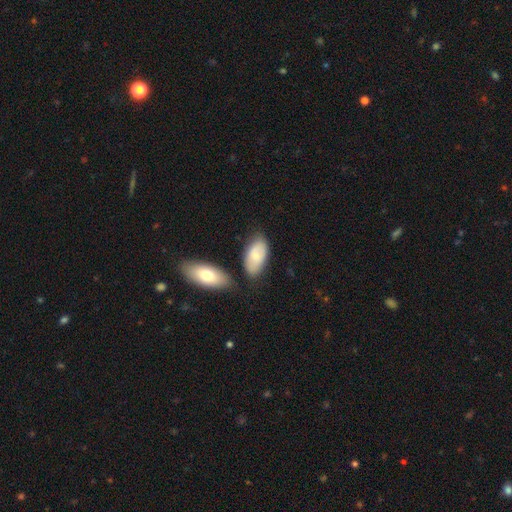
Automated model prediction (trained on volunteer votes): This is likely a smooth galaxy (72%). How rounded: clearly in between (93%). Merging: likely none (66%).